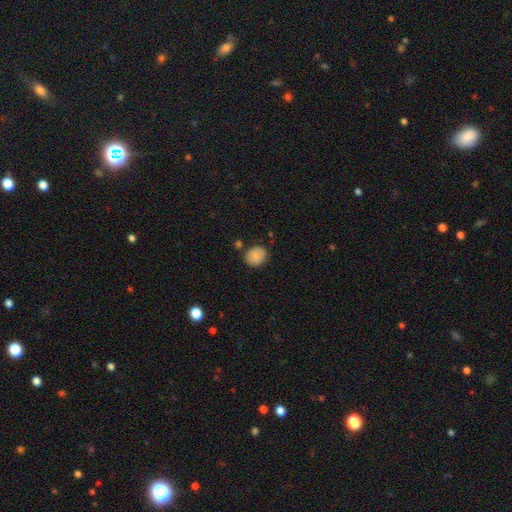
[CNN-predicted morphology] Smooth or featured? Predicted: smooth (p=0.81). How rounded? Predicted: round (p=0.71). Merging? Predicted: none (p=0.75).